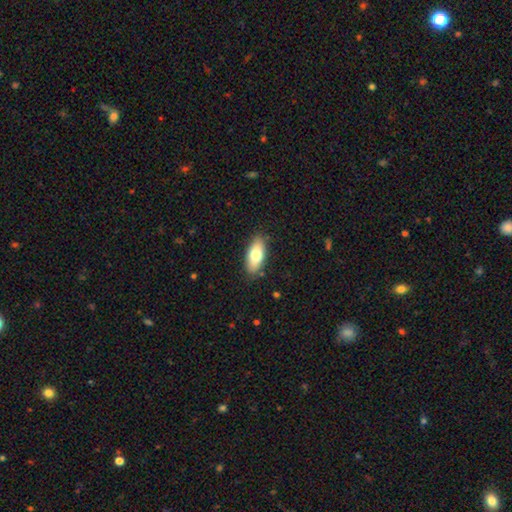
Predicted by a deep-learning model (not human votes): A smooth galaxy with no disk features (76%) that is in between round and cigar-shaped (85%).

Vote fractions:
- Smooth or featured? smooth: 76% / featured or disk: 18% / star or artifact: 6%
- How rounded? in between: 85% / cigar-shaped: 13% / round: 3%
- Merging? none: 87% / minor disturbance: 10% / major disturbance: 2% / merger: 1%